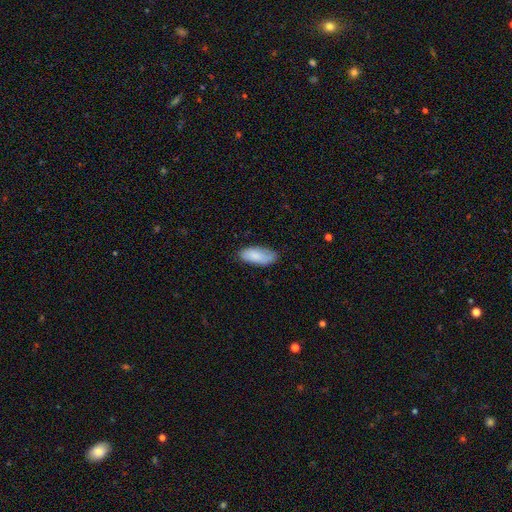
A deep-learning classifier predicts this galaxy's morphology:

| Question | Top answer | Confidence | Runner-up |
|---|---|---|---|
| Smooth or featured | smooth | 86% | featured or disk (8%) |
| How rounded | in between | 84% | cigar-shaped (15%) |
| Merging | none | 77% | minor disturbance (19%) |